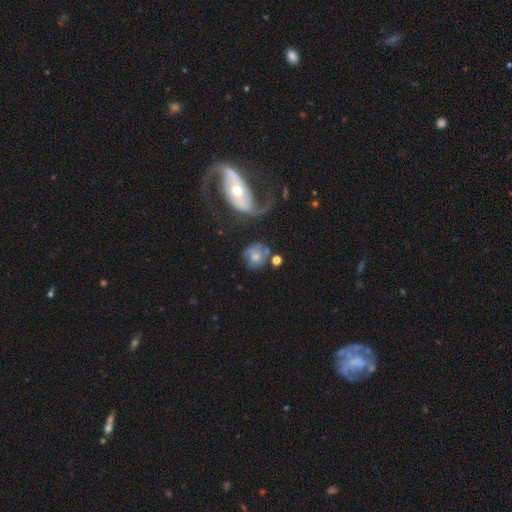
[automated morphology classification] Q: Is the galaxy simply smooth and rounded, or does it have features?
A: featured or disk — 48%.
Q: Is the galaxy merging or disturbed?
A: none — 43%.